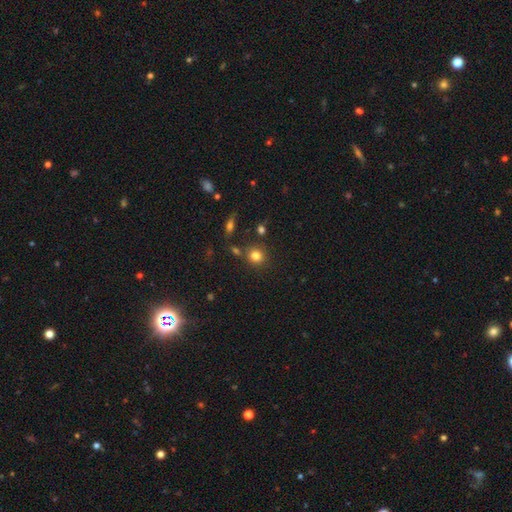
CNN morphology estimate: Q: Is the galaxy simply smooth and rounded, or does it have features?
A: smooth — 82%.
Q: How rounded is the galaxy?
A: round — 83%.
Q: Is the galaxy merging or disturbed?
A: none — 79%.